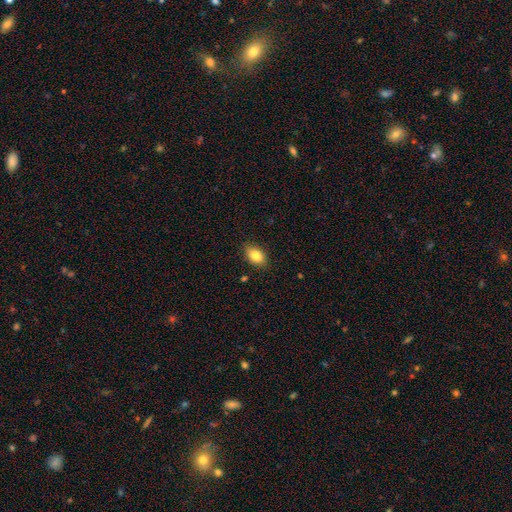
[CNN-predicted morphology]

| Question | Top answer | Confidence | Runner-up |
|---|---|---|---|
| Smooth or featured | smooth | 84% | featured or disk (8%) |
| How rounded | in between | 86% | round (12%) |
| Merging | none | 87% | minor disturbance (10%) |